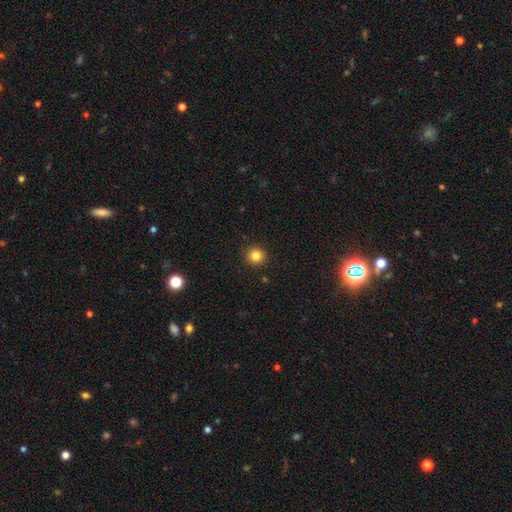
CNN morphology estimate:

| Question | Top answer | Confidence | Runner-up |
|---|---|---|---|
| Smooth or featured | smooth | 83% | star or artifact (12%) |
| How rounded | round | 92% | in between (7%) |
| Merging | none | 91% | minor disturbance (6%) |